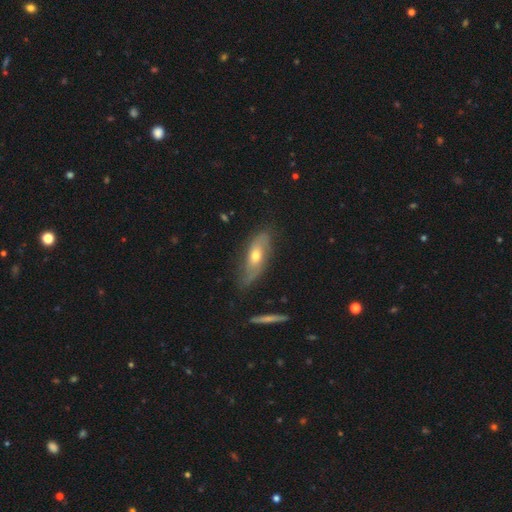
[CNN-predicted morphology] This appears to be a featured or disk galaxy (49%). Merging: none (62%).